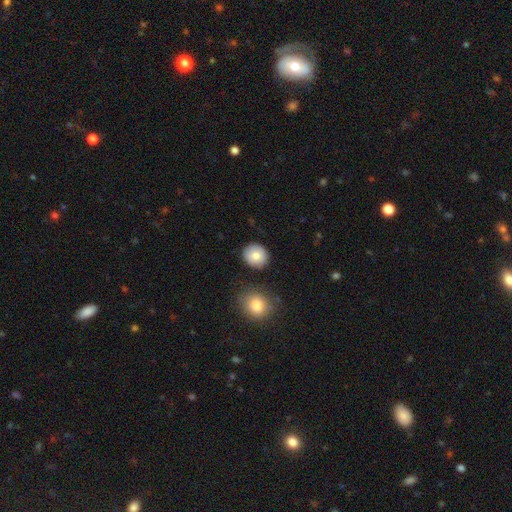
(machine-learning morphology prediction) Q: Smooth or featured?
A: smooth (81%); runner-up: featured or disk (11%)
Q: How rounded?
A: round (86%); runner-up: in between (13%)
Q: Merging?
A: none (86%); runner-up: minor disturbance (8%)